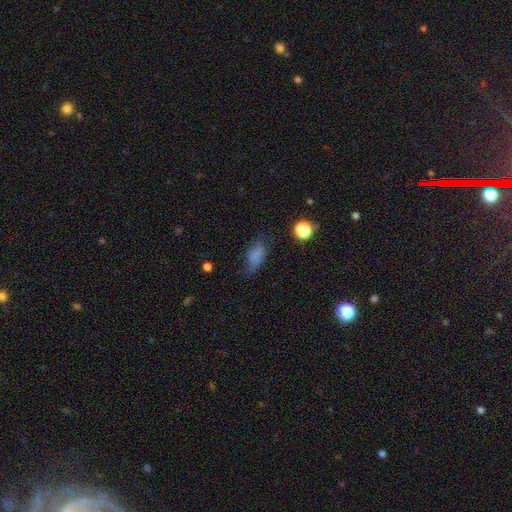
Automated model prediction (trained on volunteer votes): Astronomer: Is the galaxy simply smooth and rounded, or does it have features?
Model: smooth — 71%.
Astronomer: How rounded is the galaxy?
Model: in between — 80%.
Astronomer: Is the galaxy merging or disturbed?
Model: none — 48% (runner-up: minor disturbance, 32%).